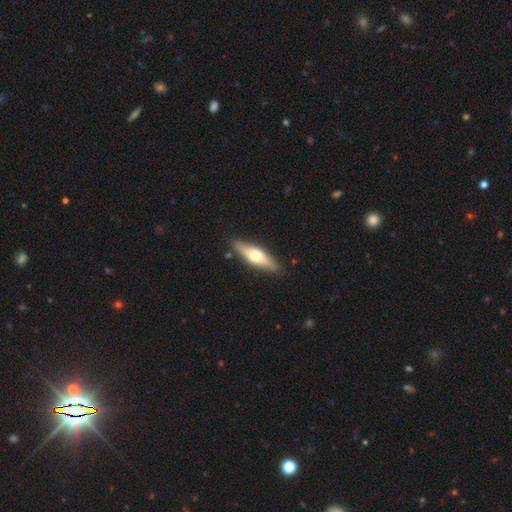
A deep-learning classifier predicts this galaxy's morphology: smooth 50%, featured or disk 45%, star or artifact 5%. Down the decision tree: merging — none (86%).